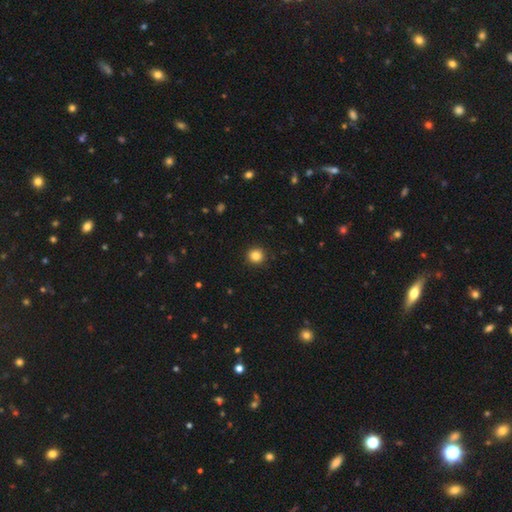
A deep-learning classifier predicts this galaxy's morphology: Q: Smooth or featured?
A: smooth (85%); runner-up: star or artifact (11%)
Q: How rounded?
A: round (93%); runner-up: in between (6%)
Q: Merging?
A: none (92%); runner-up: minor disturbance (5%)